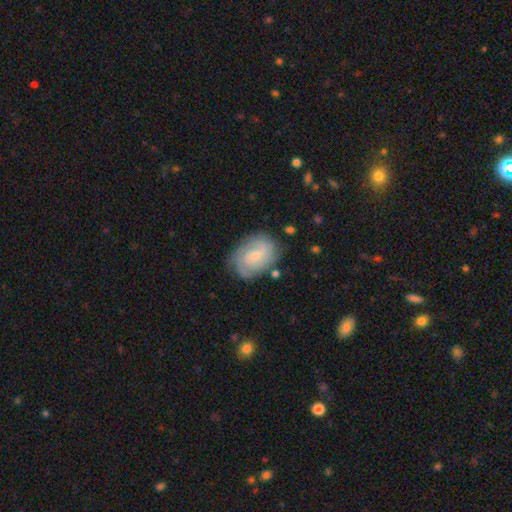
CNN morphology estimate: featured or disk 71%, smooth 22%, star or artifact 7%. Down the decision tree: edge-on disk — no (97%); bar — no (53%); spiral arms — yes (93%); spiral arm count — can't tell (31%); spiral winding — tight (53%); bulge size — small (69%); merging — none (74%).